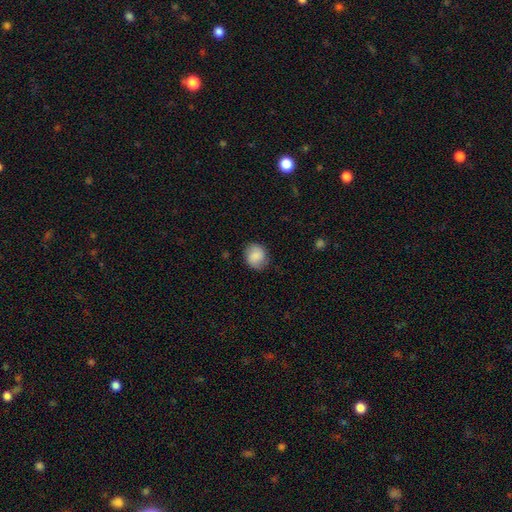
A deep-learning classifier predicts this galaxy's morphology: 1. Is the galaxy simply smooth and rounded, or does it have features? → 82% smooth, 11% featured or disk, 7% star or artifact.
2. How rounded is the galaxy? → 72% round, 27% in between, 1% cigar-shaped.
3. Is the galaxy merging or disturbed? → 82% none, 14% minor disturbance, 3% major disturbance, 1% merger.